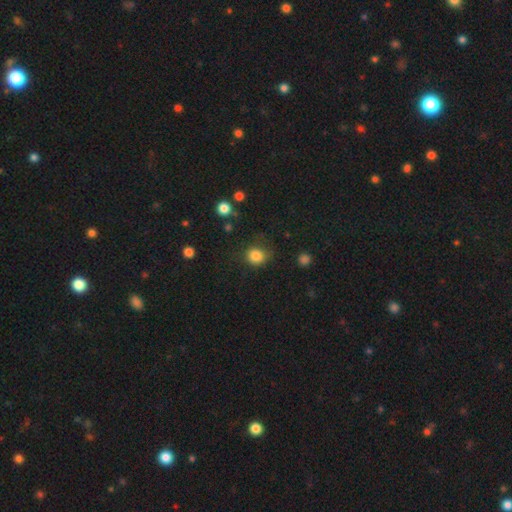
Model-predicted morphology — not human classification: Smooth or featured: smooth — 84% (star or artifact — 12%)
How rounded: round — 81% (in between — 18%)
Merging: none — 77% (minor disturbance — 16%)